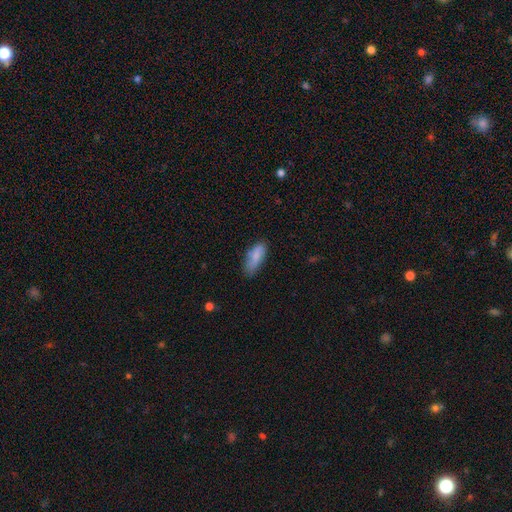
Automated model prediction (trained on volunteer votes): Smooth or featured? Predicted: smooth (p=0.83). How rounded? Predicted: in between (p=0.71). Merging? Predicted: none (p=0.69).